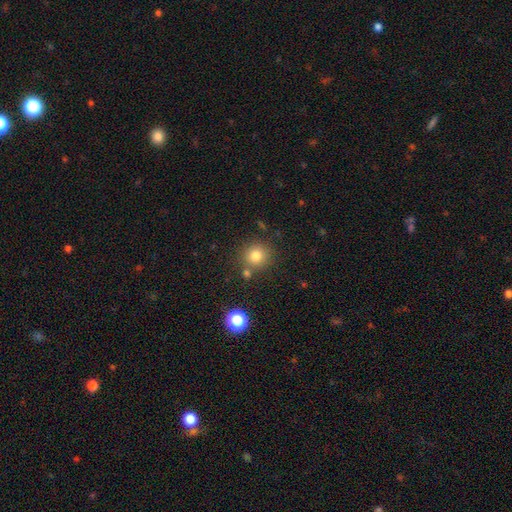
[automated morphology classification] This appears to be a smooth galaxy with no disk features (79%) that is round (92%). Merging: none (78%).